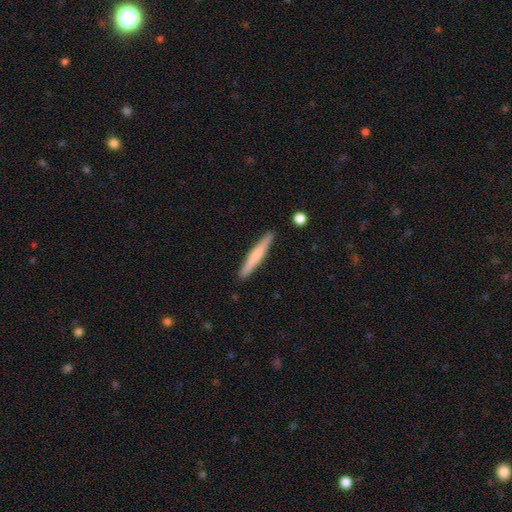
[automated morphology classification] This is likely a smooth galaxy (60%). How rounded: clearly cigar-shaped (95%). Merging: clearly none (90%).